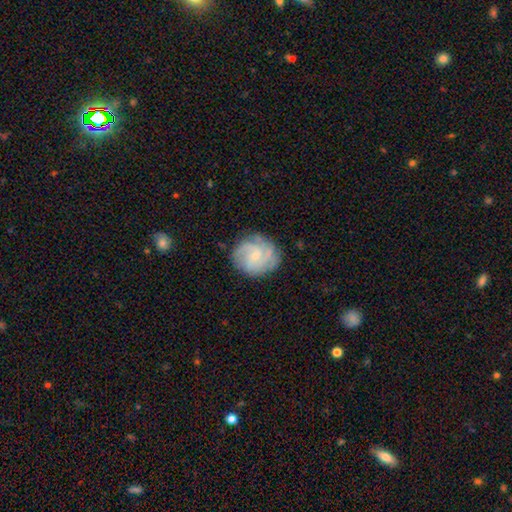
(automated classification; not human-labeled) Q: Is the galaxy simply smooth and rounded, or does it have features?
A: featured or disk — 74%.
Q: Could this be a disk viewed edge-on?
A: no — 98%.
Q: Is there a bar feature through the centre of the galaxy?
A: no — 53%.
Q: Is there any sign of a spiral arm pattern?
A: yes — 94%.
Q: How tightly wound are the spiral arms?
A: tight — 48%.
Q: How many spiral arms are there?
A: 2 — 28%, tied with 3.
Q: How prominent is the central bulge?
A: small — 69%.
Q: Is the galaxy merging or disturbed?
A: none — 76%.